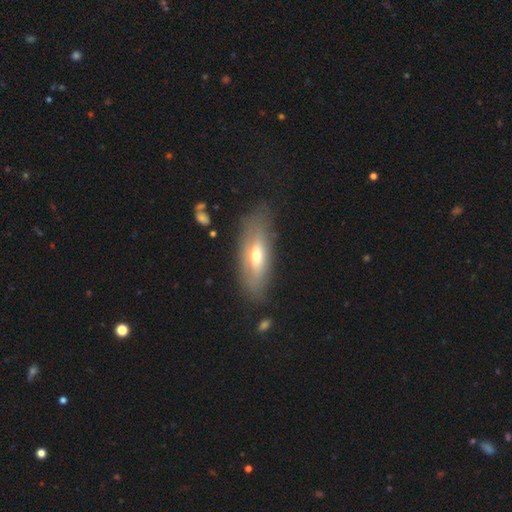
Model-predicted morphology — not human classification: featured or disk 47%, smooth 46%, star or artifact 7%. Down the decision tree: merging — none (76%).